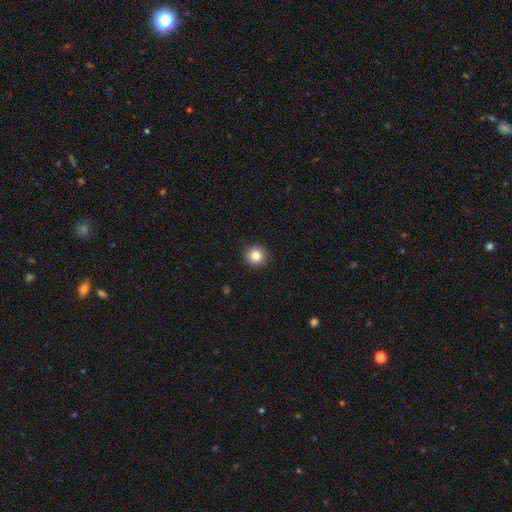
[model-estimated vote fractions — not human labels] Morphology: type=smooth (83%); roundness=round (95%); merging=none (93%).